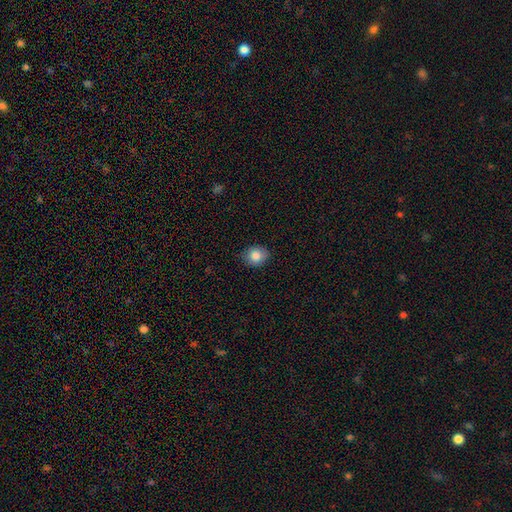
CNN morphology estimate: Smooth or featured?
  - smooth: 84% *
  - star or artifact: 9%
  - featured or disk: 7%
How rounded?
  - round: 62% *
  - in between: 37%
  - cigar-shaped: 1%
Merging?
  - none: 82% *
  - minor disturbance: 14%
  - major disturbance: 2%
  - merger: 1%